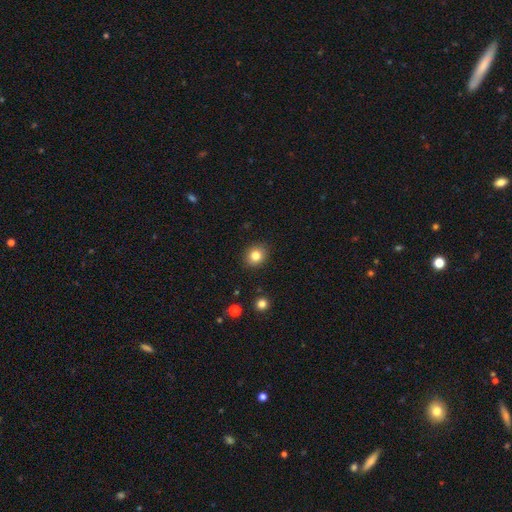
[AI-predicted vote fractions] A smooth galaxy with no disk features (82%) that is round (74%). Merging: none (89%).